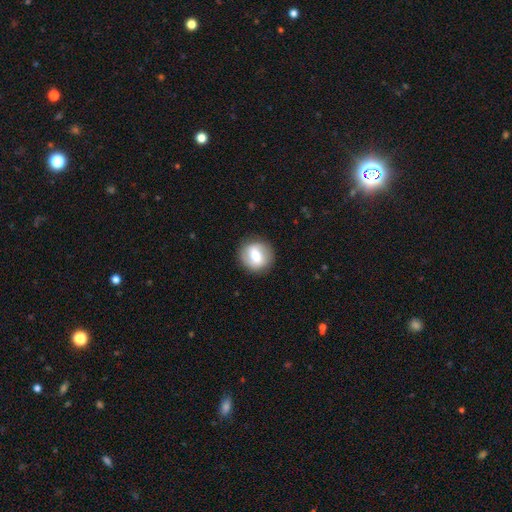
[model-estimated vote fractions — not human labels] smooth_or_featured: smooth (p=0.61) [alt: featured or disk p=0.31]
how_rounded: round (p=0.88) [alt: in between p=0.11]
merging: none (p=0.88) [alt: minor disturbance p=0.08]